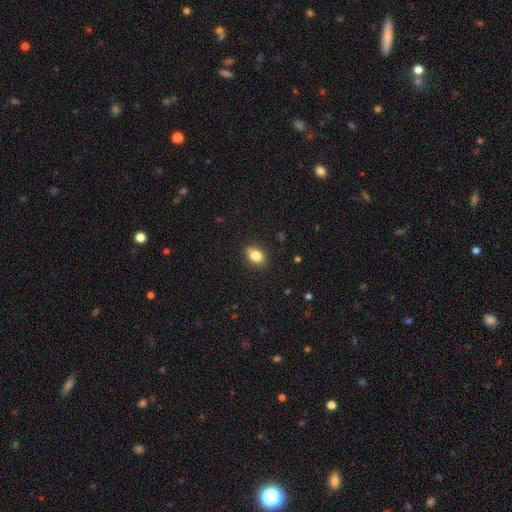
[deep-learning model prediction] A smooth galaxy with no disk features (82%) that is in between round and cigar-shaped (70%). Merging: none (84%).